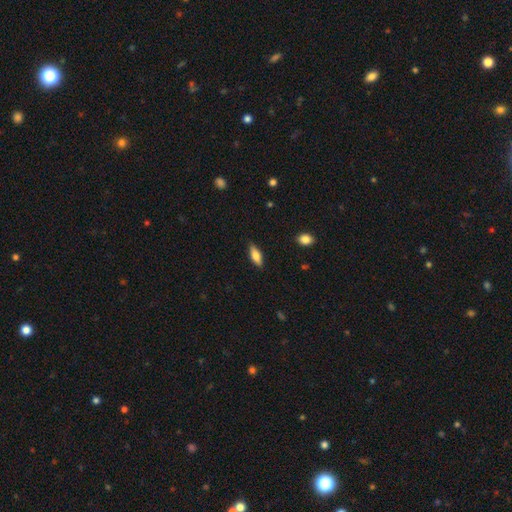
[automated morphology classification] smooth 71%, featured or disk 22%, star or artifact 7%. Down the decision tree: how rounded — in between (69%); merging — none (85%).